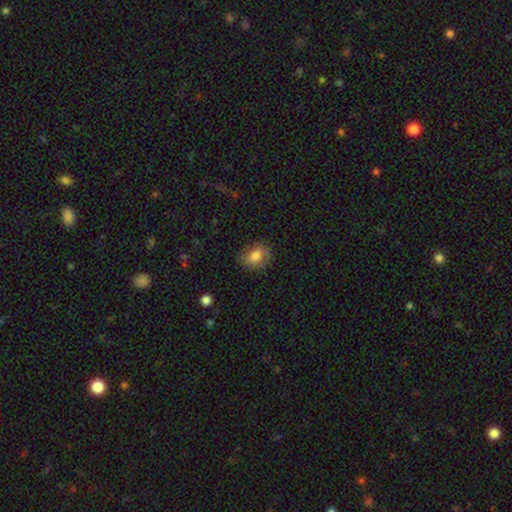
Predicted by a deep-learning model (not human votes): This appears to be a smooth galaxy with no disk features (70%) that is in between round and cigar-shaped (56%). Merging: none (75%).